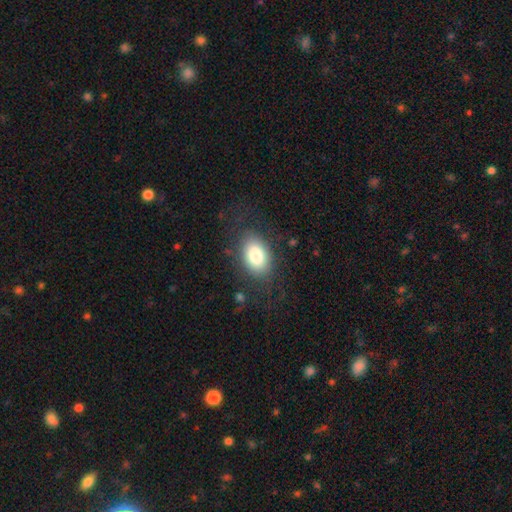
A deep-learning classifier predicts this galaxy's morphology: smooth_or_featured: smooth (p=0.81) [alt: featured or disk p=0.11]
how_rounded: in between (p=0.88) [alt: round p=0.11]
merging: none (p=0.78) [alt: minor disturbance p=0.13]